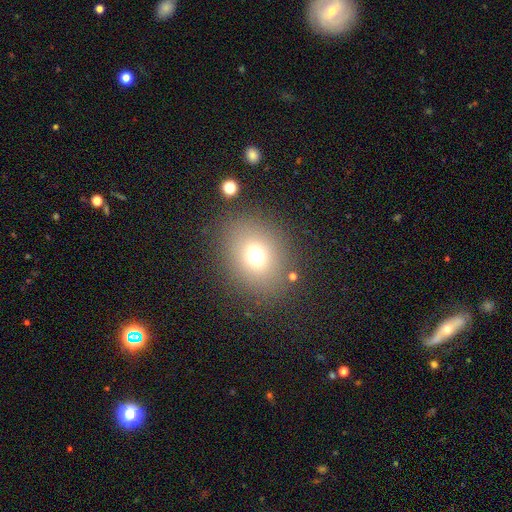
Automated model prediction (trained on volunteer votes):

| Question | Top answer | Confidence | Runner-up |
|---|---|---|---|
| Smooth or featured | smooth | 69% | star or artifact (19%) |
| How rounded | round | 57% | in between (42%) |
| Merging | none | 82% | minor disturbance (9%) |